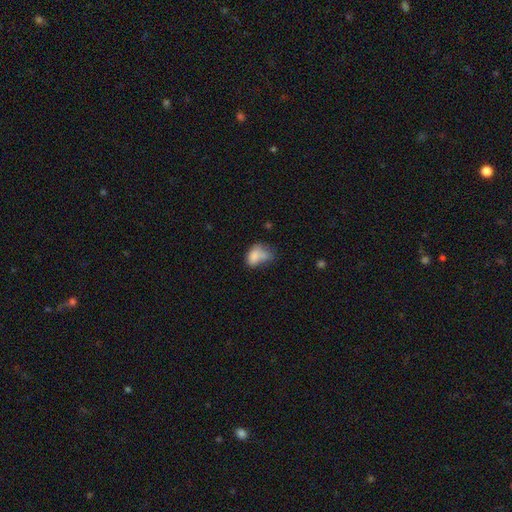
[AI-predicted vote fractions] This is likely a smooth galaxy (74%). How rounded: clearly in between (83%). Merging: marginally merger (28%).